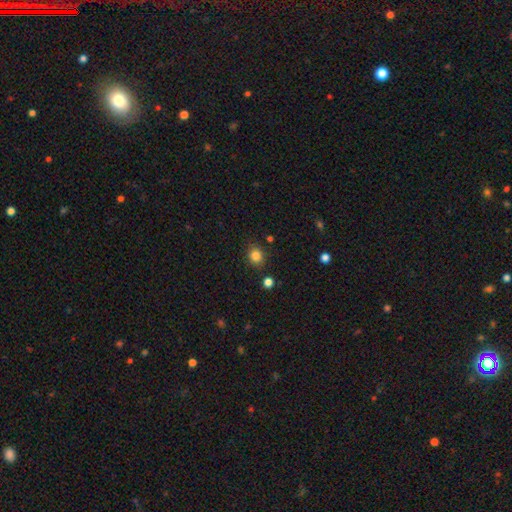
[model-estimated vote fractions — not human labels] A smooth galaxy with no disk features (83%) that is round (75%). Merging: none (85%).